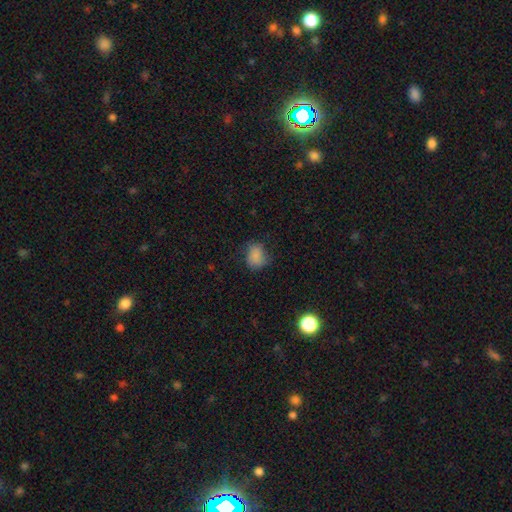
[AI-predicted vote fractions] smooth_or_featured: smooth (p=0.81) [alt: star or artifact p=0.11]
how_rounded: in between (p=0.51) [alt: round p=0.48]
merging: none (p=0.64) [alt: minor disturbance p=0.26]